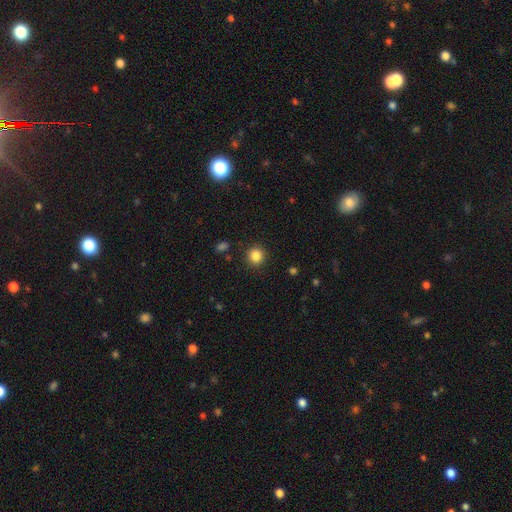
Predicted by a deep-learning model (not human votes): The model was most divided on "smooth or featured": smooth: 85%, star or artifact: 11%, featured or disk: 4%. More confident: how rounded — round (92%); merging — none (90%).